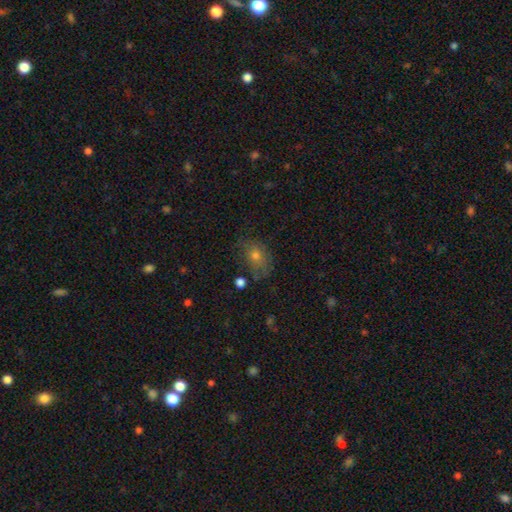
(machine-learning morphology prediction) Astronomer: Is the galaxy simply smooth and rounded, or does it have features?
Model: smooth — 64%.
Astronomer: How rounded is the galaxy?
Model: in between — 65%.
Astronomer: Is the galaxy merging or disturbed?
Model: none — 62%.